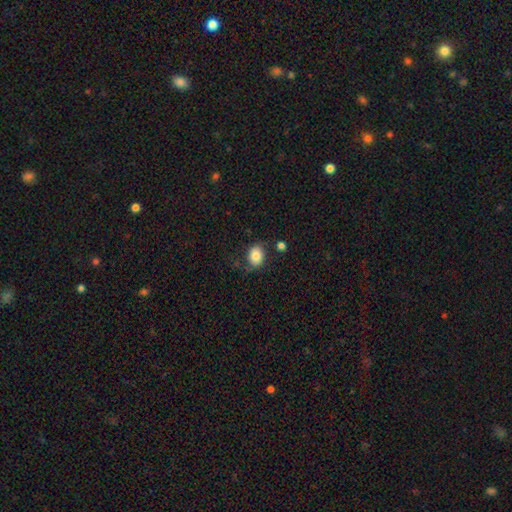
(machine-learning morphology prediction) This is likely a smooth galaxy (77%). How rounded: likely in between (61%). Merging: likely none (62%).